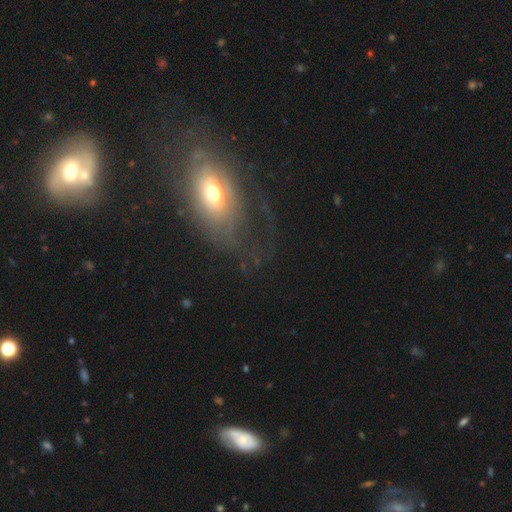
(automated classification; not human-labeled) The model was most divided on "smooth or featured": featured or disk: 49%, smooth: 35%, star or artifact: 16%. More confident: merging — none (55%).